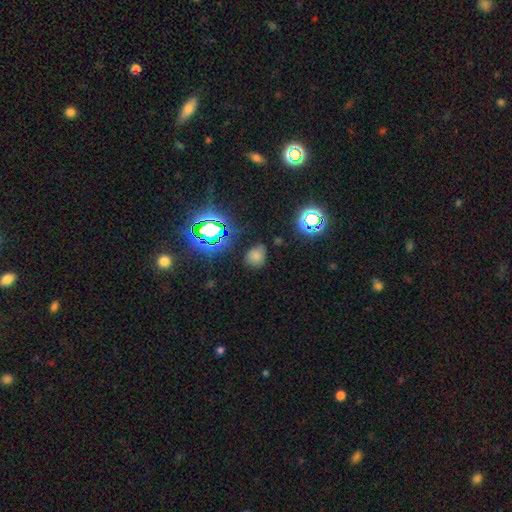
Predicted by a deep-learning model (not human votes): This appears to be a smooth galaxy with no disk features (65%) that is round (65%). Merging: none (68%).